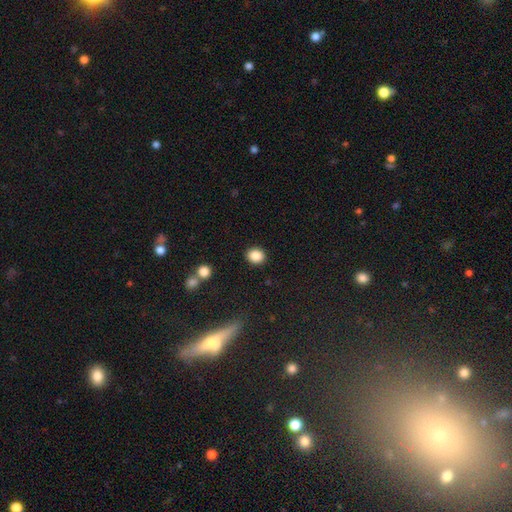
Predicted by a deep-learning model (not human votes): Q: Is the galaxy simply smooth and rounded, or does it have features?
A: smooth — 87%.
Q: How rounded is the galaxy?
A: round — 66%.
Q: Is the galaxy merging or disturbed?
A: none — 89%.